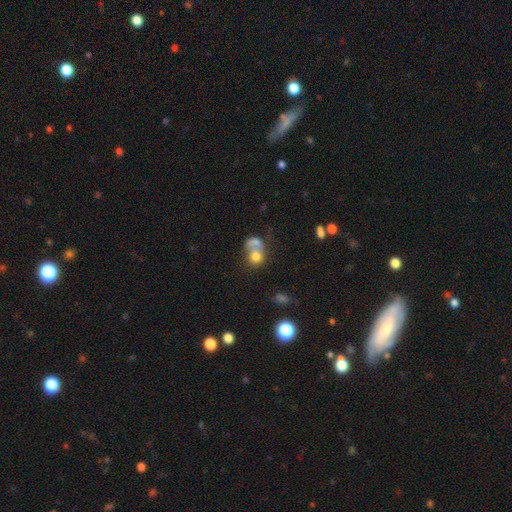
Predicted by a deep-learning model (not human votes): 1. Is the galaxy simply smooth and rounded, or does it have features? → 66% smooth, 23% featured or disk, 11% star or artifact.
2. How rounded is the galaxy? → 59% round, 40% in between, 1% cigar-shaped.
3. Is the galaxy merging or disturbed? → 64% merger, 19% none, 10% major disturbance, 7% minor disturbance.